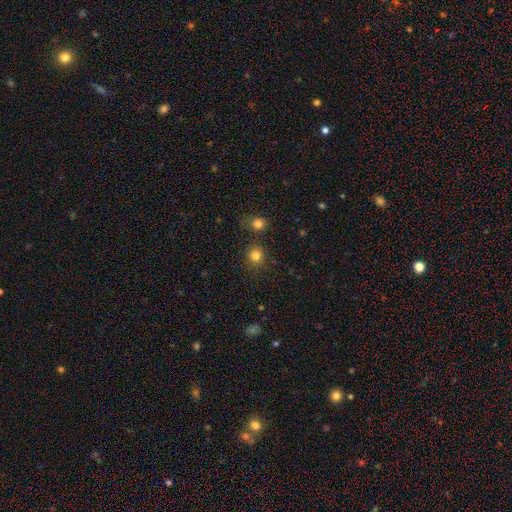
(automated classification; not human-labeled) Smooth or featured: smooth — 81% (star or artifact — 14%)
How rounded: round — 87% (in between — 12%)
Merging: none — 79% (minor disturbance — 9%)